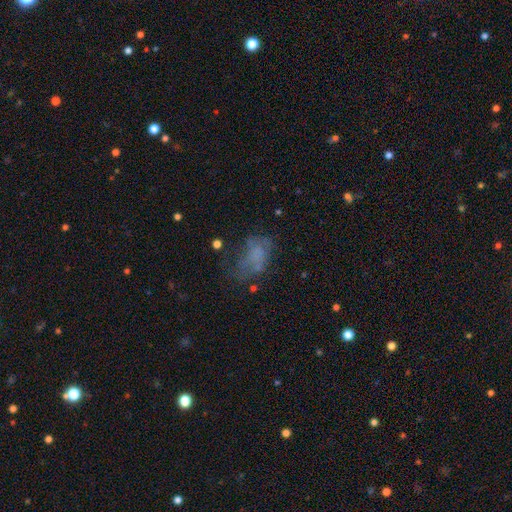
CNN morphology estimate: Smooth or featured? Predicted: smooth (p=0.45). Merging? Predicted: none (p=0.37).